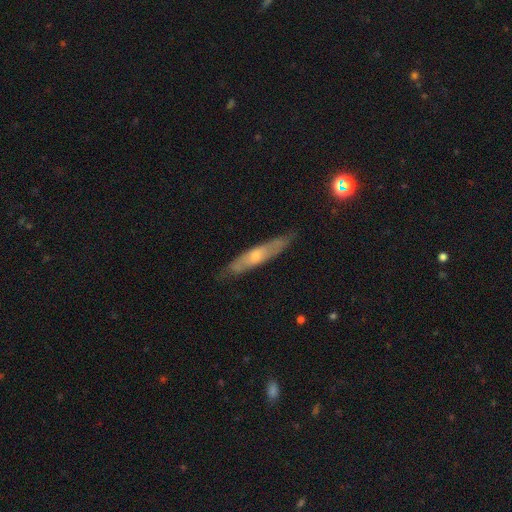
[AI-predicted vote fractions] Morphology: type=featured or disk (58%); edge-on=yes (67%); merging=none (81%).